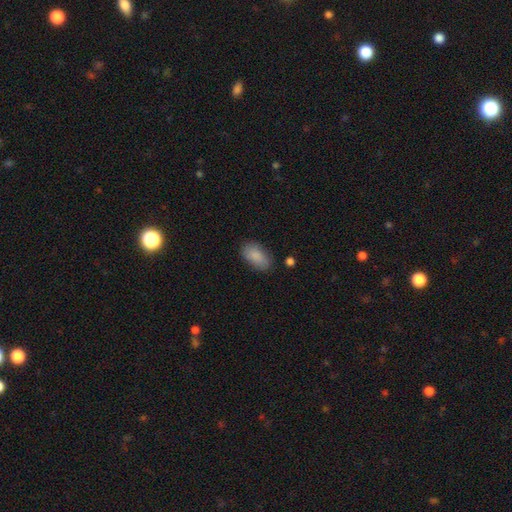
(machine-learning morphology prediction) smooth_or_featured: smooth (p=0.88) [alt: star or artifact p=0.06]
how_rounded: in between (p=0.93) [alt: round p=0.05]
merging: none (p=0.81) [alt: minor disturbance p=0.14]